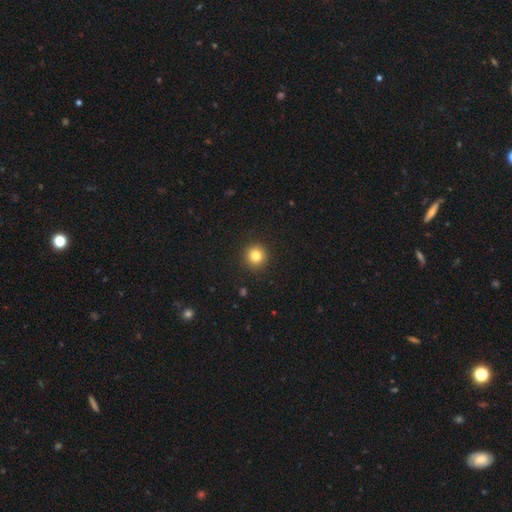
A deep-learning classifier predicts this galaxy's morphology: smooth 82%, star or artifact 11%, featured or disk 6%. Down the decision tree: how rounded — round (94%); merging — none (92%).